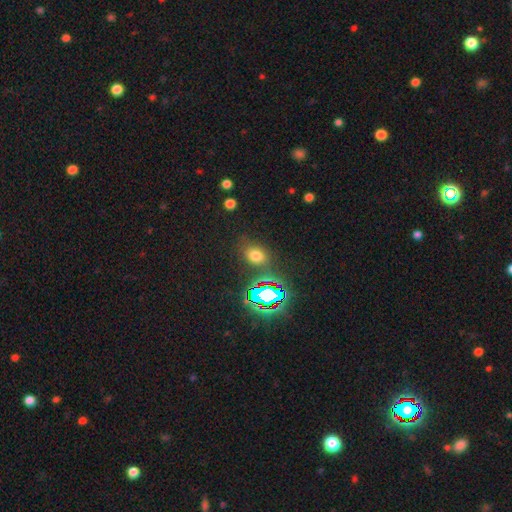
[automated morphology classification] type=smooth (63%); roundness=in between (63%); merging=none (79%).